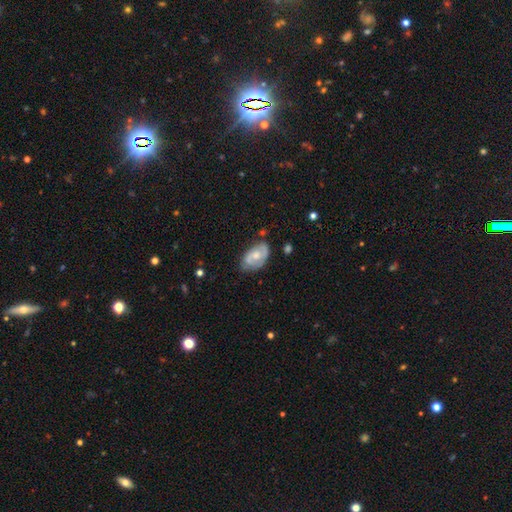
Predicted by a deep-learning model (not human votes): Overall: featured or disk (59%; smooth 36%). Edge-on disk: no (95%). Bar: no (68%). Spiral arms: yes (67%; no 33%). Bulge size: moderate (58%; small 32%). Merging: none (63%; minor disturbance 27%).